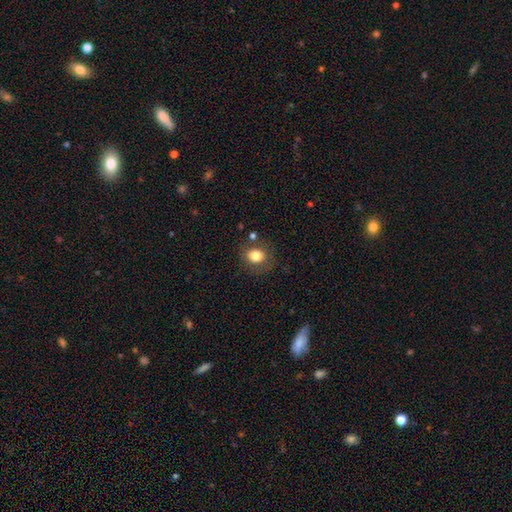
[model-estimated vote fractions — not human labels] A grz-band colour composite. It shows a smooth galaxy with no disk features (81%) that is round (69%). Merging: none (78%).